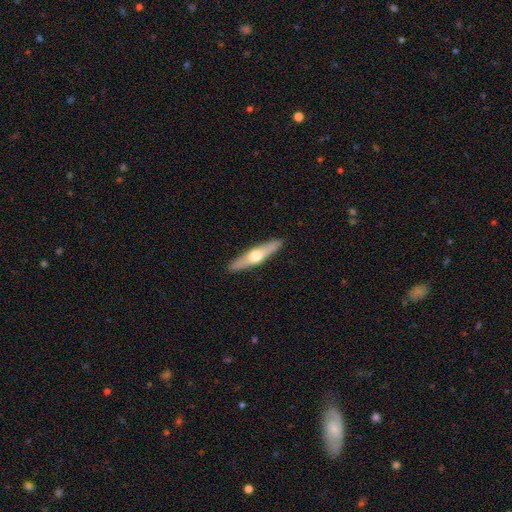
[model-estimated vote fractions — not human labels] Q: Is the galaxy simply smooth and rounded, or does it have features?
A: featured or disk — 54%.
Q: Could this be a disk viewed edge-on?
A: yes — 92%.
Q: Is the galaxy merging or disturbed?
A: none — 91%.